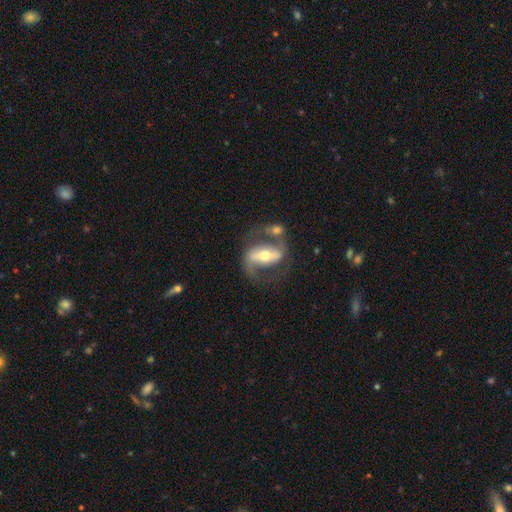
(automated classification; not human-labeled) A featured or disk galaxy (83%) with a strong bar (59%), 2 (86%) medium (48%) spiral arms (88%) and a moderate central bulge (64%).

Vote fractions:
- Smooth or featured? featured or disk: 83% / smooth: 12% / star or artifact: 6%
- Edge-on disk? no: 94% / yes: 6%
- Bar? strong: 59% / weak: 24% / no: 17%
- Spiral arms? yes: 88% / no: 12%
- Spiral winding? medium: 48% / loose: 35% / tight: 17%
- Spiral arm count? 2: 86% / 1: 6% / can't tell: 5% / 3: 1% / 4: 1% / more than 4: 1%
- Bulge size? moderate: 64% / small: 28% / large: 6% / dominant: 1% / none: 1%
- Merging? none: 54% / merger: 16% / minor disturbance: 15% / major disturbance: 14%